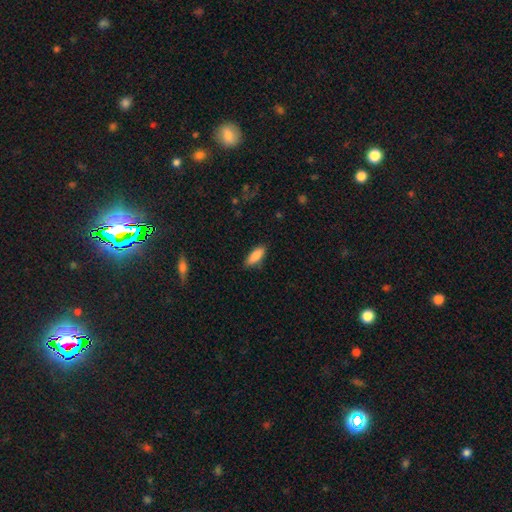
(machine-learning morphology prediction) type=smooth (86%); roundness=in between (72%); merging=none (82%).